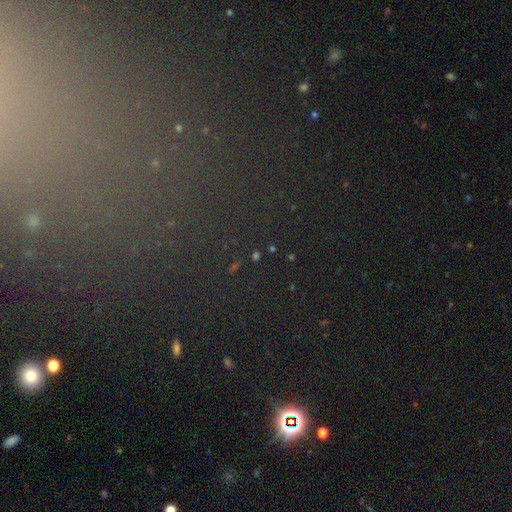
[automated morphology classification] Smooth or featured? star or artifact (74%)